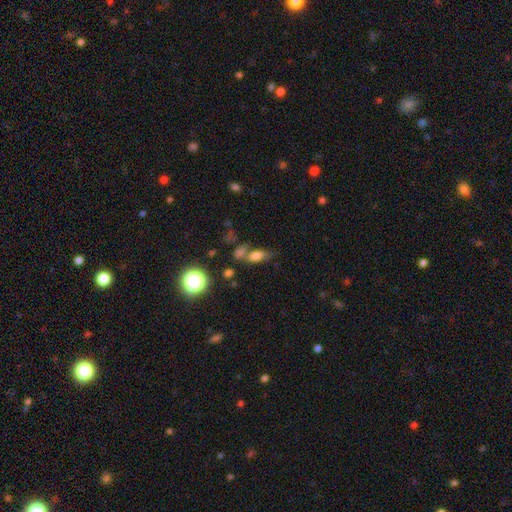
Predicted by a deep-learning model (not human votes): A smooth galaxy with no disk features (70%) that is in between round and cigar-shaped (79%). Merging: none (43%).